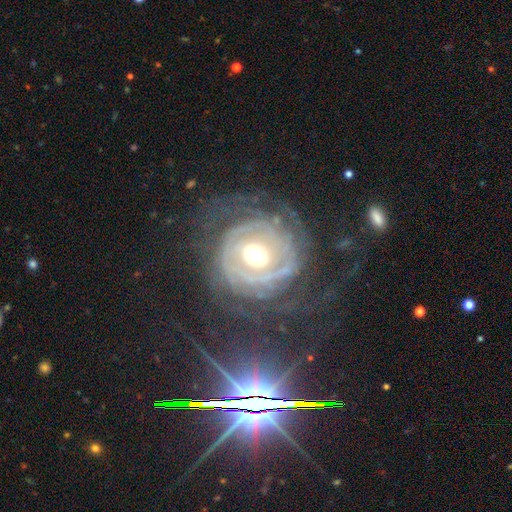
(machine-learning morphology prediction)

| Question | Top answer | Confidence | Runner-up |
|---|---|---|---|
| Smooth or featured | featured or disk | 85% | smooth (8%) |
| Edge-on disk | no | 97% | yes (3%) |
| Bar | no | 49% | weak (34%) |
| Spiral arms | yes | 87% | no (13%) |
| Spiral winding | tight | 70% | medium (21%) |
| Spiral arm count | can't tell | 40% | 2 (20%) |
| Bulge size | moderate | 70% | large (15%) |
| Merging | none | 65% | major disturbance (16%) |